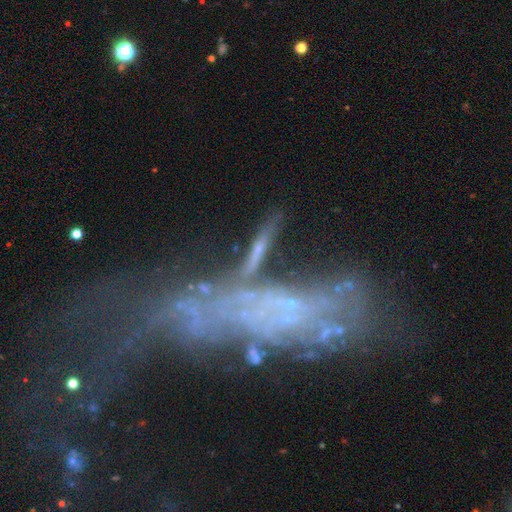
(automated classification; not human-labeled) Smooth or featured? Predicted: featured or disk (p=0.58). Edge-on disk? Predicted: no (p=0.50, tied with yes). Merging? Predicted: none (p=0.40).